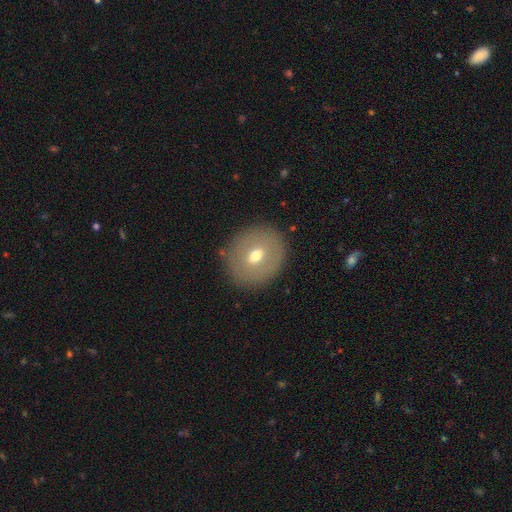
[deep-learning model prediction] The model was most divided on "smooth or featured": smooth: 58%, featured or disk: 32%, star or artifact: 9%. More confident: merging — none (85%); how rounded — round (73%).